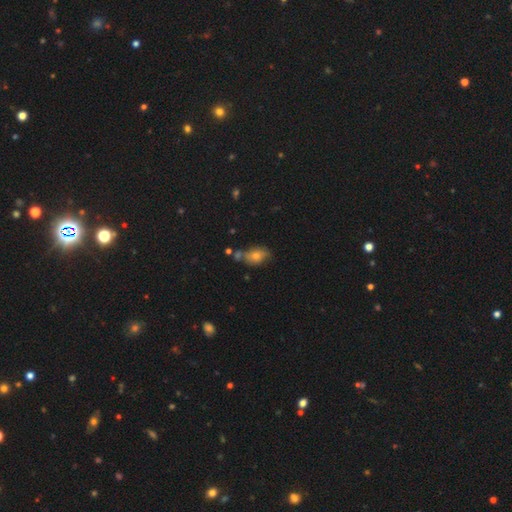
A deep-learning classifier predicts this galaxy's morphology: This appears to be a smooth galaxy with no disk features (63%) that is in between round and cigar-shaped (77%). Merging: none (54%).